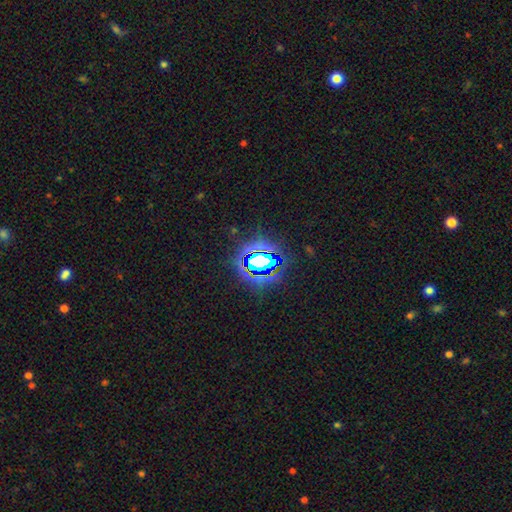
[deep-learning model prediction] This is clearly a star or artifact rather than a galaxy (80%).